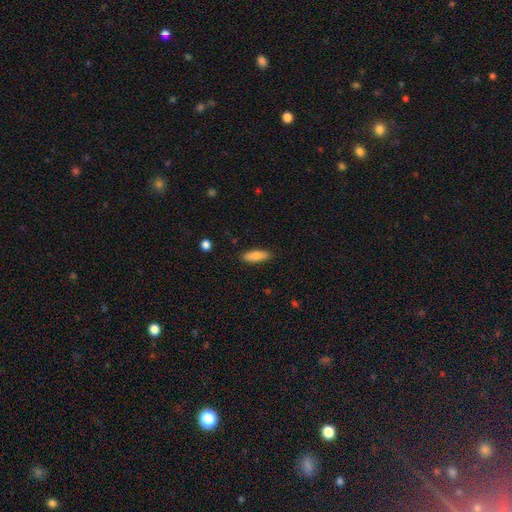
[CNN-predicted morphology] smooth 83%, featured or disk 11%, star or artifact 6%. Down the decision tree: how rounded — in between (58%); merging — none (88%).